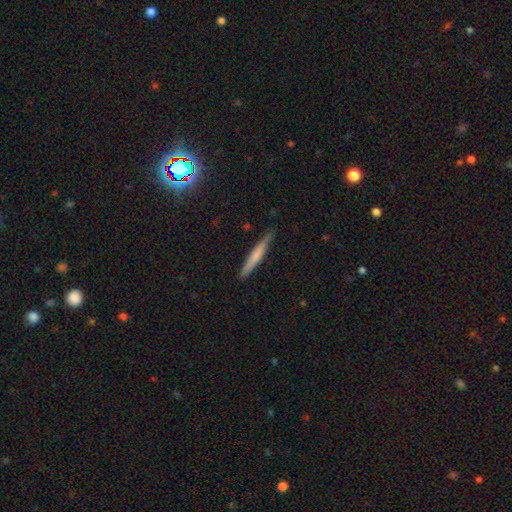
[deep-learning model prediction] Smooth or featured? smooth (54%)
How rounded? cigar-shaped (96%)
Merging? none (89%)